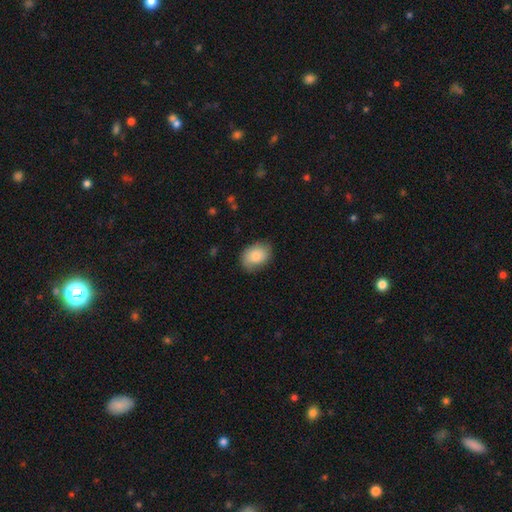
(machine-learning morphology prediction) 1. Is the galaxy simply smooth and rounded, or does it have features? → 83% smooth, 10% featured or disk, 7% star or artifact.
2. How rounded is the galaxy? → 74% in between, 25% round, 1% cigar-shaped.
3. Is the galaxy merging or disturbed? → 77% none, 18% minor disturbance, 4% major disturbance, 1% merger.